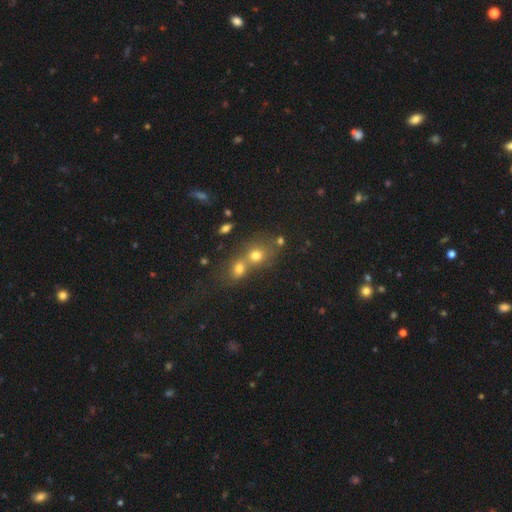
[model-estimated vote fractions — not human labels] A smooth galaxy with no disk features (65%) that is round (75%). Merging: merger (61%).